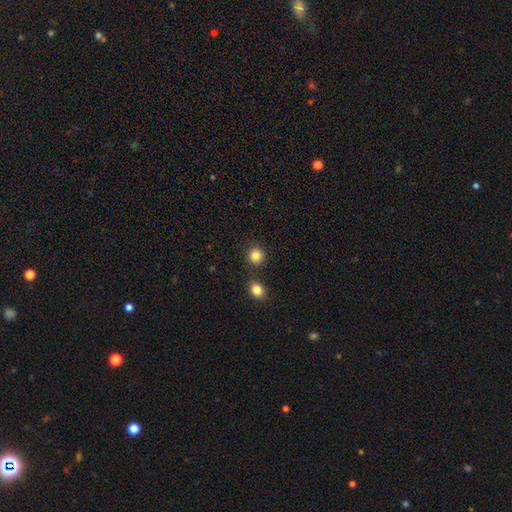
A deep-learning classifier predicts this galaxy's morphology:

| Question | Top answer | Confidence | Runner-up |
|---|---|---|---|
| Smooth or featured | smooth | 84% | star or artifact (11%) |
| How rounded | round | 90% | in between (9%) |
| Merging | none | 82% | merger (9%) |